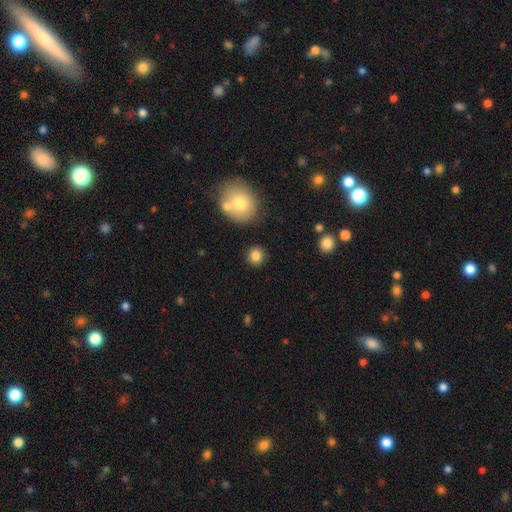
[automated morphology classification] smooth-or-featured: smooth: 84% | star or artifact: 10% | featured or disk: 6%
  how-rounded: round: 89% | in between: 10% | cigar-shaped: 1%
  merging: none: 86% | minor disturbance: 7% | merger: 4% | major disturbance: 3%